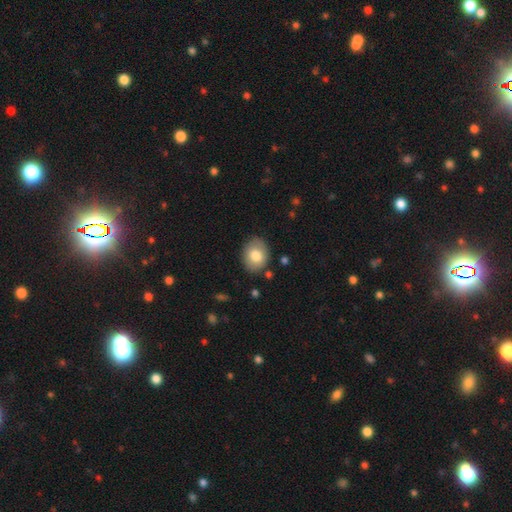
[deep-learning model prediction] The model was most divided on "how rounded": in between: 53%, round: 46%, cigar-shaped: 1%. More confident: merging — none (83%); smooth or featured — smooth (78%).